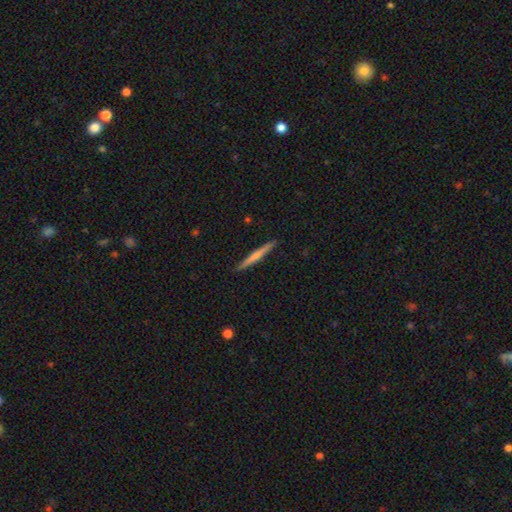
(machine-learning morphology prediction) smooth_or_featured: smooth (p=0.54) [alt: featured or disk p=0.40]
how_rounded: cigar-shaped (p=0.96) [alt: in between p=0.02]
merging: none (p=0.91) [alt: minor disturbance p=0.06]